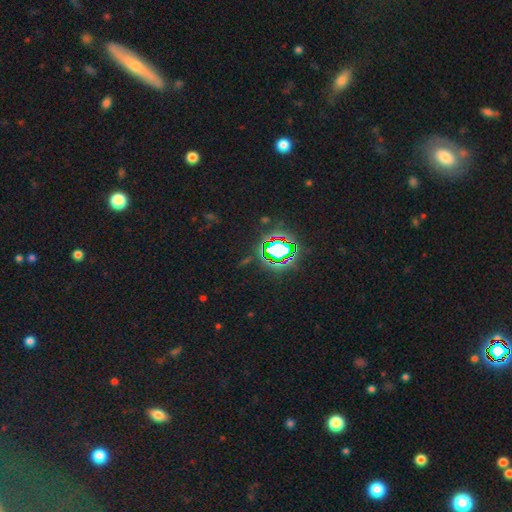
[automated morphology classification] Smooth or featured?
  - star or artifact: 80% *
  - smooth: 13%
  - featured or disk: 7%